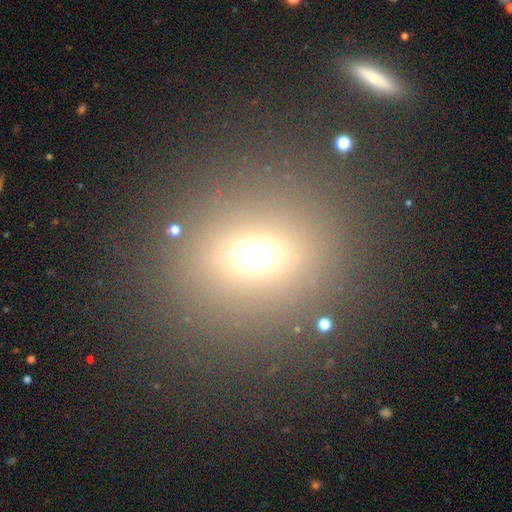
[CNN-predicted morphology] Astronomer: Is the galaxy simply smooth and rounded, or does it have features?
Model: smooth — 60%.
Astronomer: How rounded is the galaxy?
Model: round — 69%.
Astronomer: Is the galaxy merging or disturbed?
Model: none — 83%.